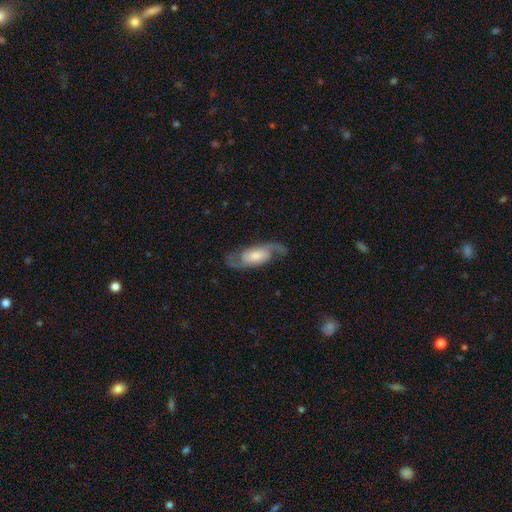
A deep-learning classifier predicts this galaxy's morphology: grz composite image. It shows a featured or disk galaxy (81%) with no bar (49%), 2 (92%) medium (50%) spiral arms (96%) and a moderate central bulge (37%). Merging: none (78%).